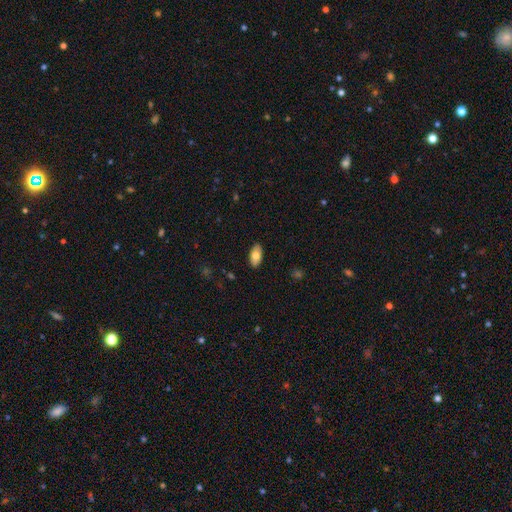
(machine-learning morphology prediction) Smooth or featured: smooth — 78% (featured or disk — 16%)
How rounded: in between — 92% (cigar-shaped — 5%)
Merging: none — 89% (minor disturbance — 8%)